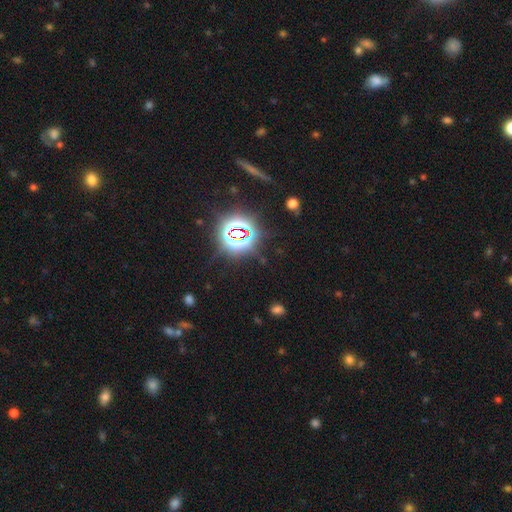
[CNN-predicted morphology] star or artifact 82%, smooth 12%, featured or disk 6%.